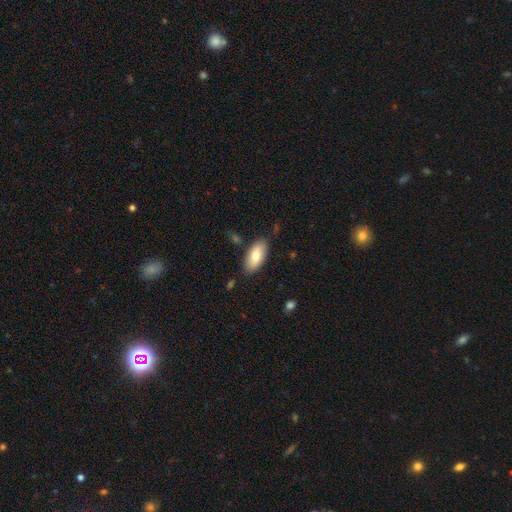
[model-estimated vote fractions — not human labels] This appears to be a smooth galaxy with no disk features (76%) that is in between round and cigar-shaped (91%). Merging: none (83%).